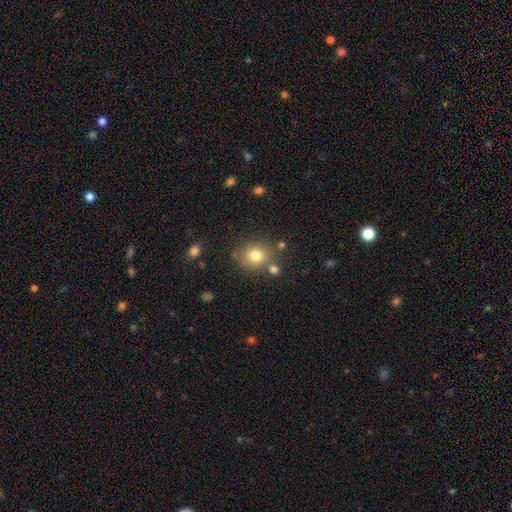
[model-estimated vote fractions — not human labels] Morphology: type=smooth (77%); roundness=round (80%); merging=none (76%).